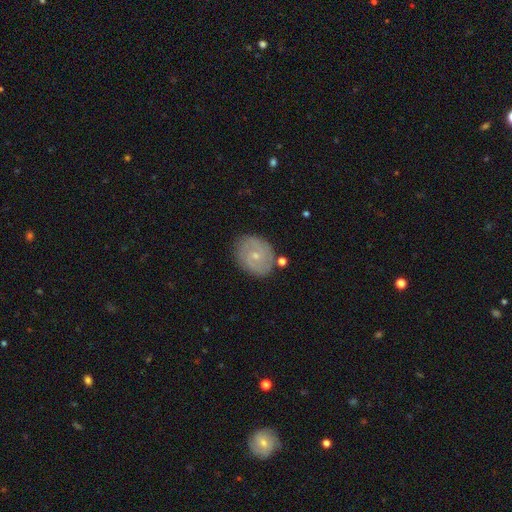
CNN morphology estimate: This appears to be a featured or disk galaxy (65%) with no bar (65%), 2 (61%) tight (53%) spiral arms (84%) and a small central bulge (72%). Merging: none (81%).